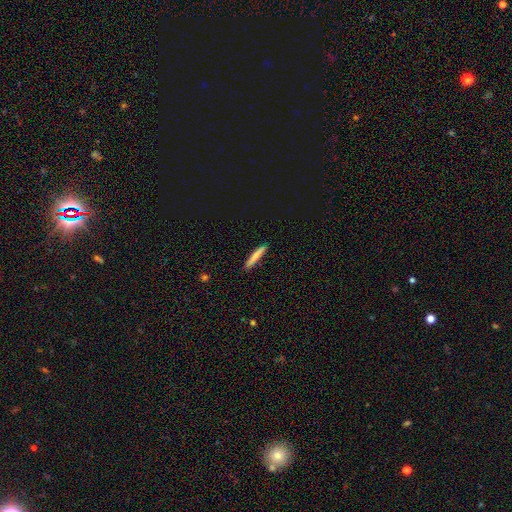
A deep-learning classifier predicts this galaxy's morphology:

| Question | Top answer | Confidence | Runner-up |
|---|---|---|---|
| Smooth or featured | smooth | 79% | featured or disk (15%) |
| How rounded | cigar-shaped | 94% | in between (5%) |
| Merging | none | 88% | minor disturbance (9%) |